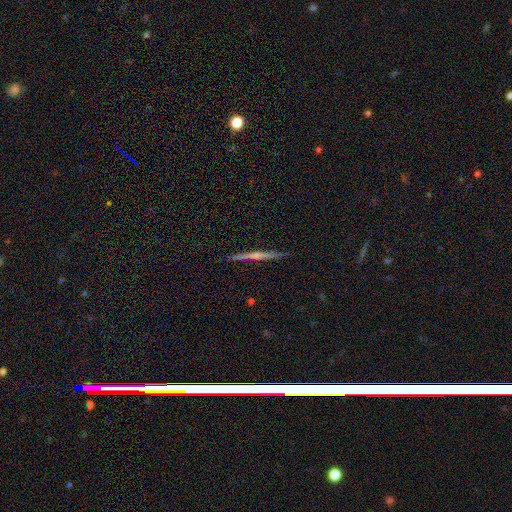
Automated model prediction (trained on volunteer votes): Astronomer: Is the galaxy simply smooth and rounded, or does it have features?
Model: featured or disk — 67%.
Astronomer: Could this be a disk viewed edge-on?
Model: yes — 98%.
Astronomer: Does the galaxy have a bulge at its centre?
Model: rounded — 46%, tied with none at 46%.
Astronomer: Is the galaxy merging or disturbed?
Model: none — 91%.